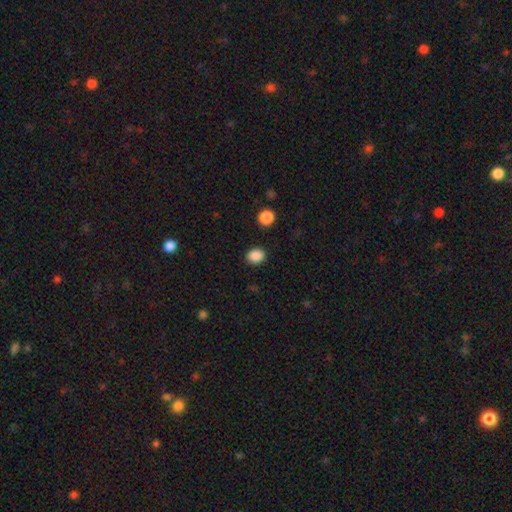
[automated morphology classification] A smooth galaxy with no disk features (88%) that is round (54%).

Vote fractions:
- Smooth or featured? smooth: 88% / star or artifact: 10% / featured or disk: 3%
- How rounded? round: 54% / in between: 45% / cigar-shaped: 1%
- Merging? none: 88% / minor disturbance: 8% / major disturbance: 2% / merger: 2%